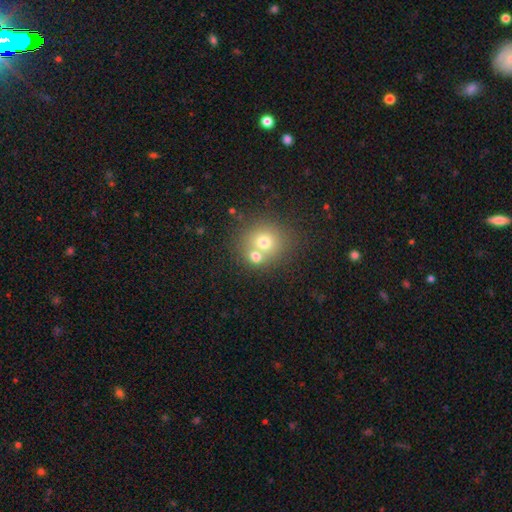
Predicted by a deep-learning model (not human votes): This is likely a smooth galaxy (69%). How rounded: clearly round (84%). Merging: possibly none (46%).